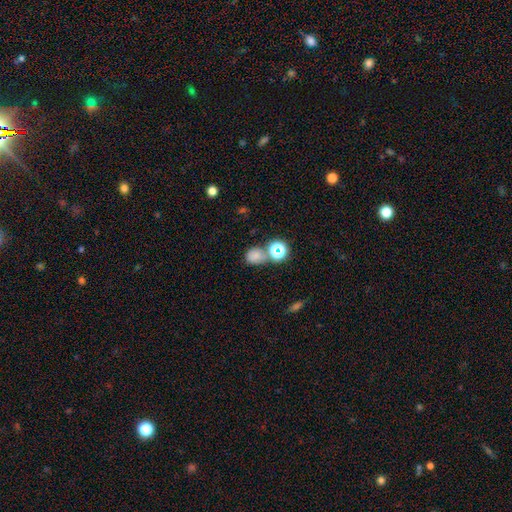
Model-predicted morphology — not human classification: A smooth galaxy with no disk features (68%) that is round (66%). Merging: none (51%).